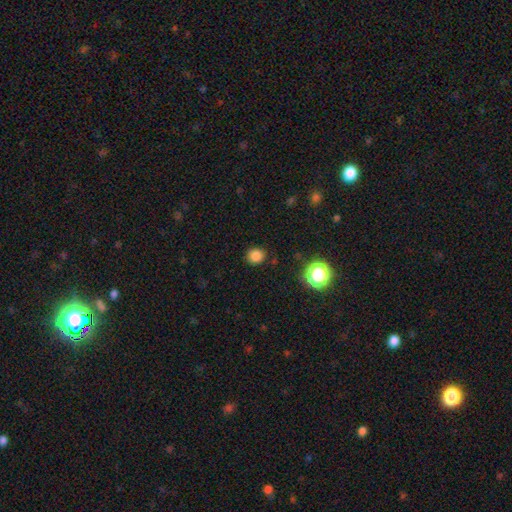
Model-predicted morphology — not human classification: smooth-or-featured: smooth: 82% | star or artifact: 14% | featured or disk: 4%
  how-rounded: round: 84% | in between: 15% | cigar-shaped: 1%
  merging: none: 88% | minor disturbance: 8% | major disturbance: 2% | merger: 1%